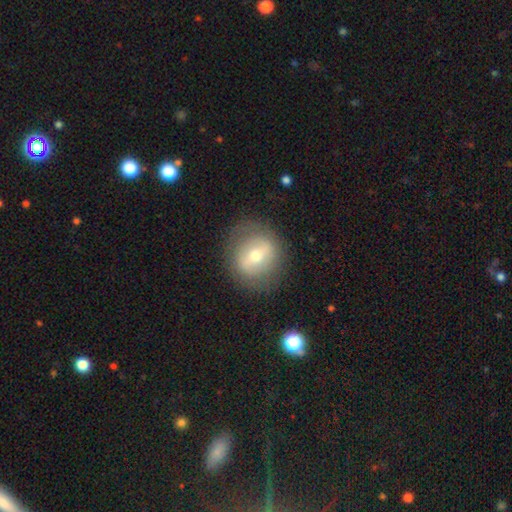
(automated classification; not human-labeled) A smooth galaxy with no disk features (46%).

Vote fractions:
- Smooth or featured? smooth: 46% / featured or disk: 45% / star or artifact: 9%
- Merging? none: 81% / minor disturbance: 12% / major disturbance: 6% / merger: 1%